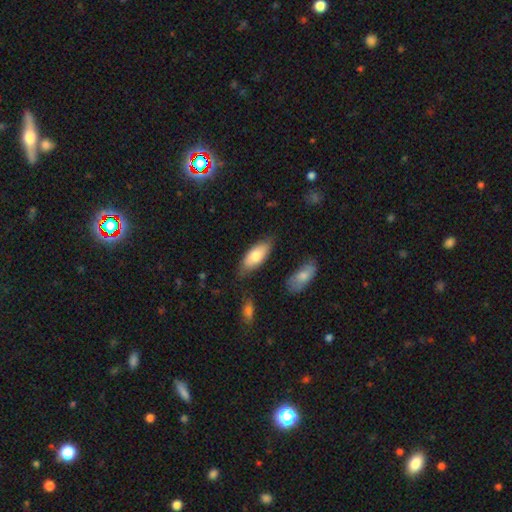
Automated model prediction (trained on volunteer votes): Morphology: type=smooth (74%); roundness=in between (84%); merging=none (74%).